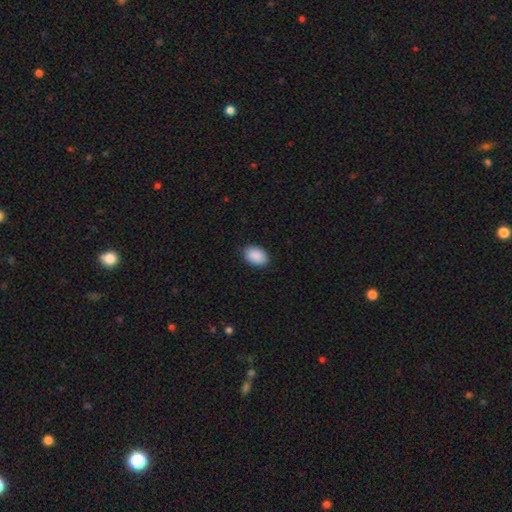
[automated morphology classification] Smooth or featured?
  - smooth: 91% *
  - star or artifact: 6%
  - featured or disk: 3%
How rounded?
  - in between: 86% *
  - round: 13%
  - cigar-shaped: 1%
Merging?
  - none: 88% *
  - minor disturbance: 9%
  - major disturbance: 2%
  - merger: 1%